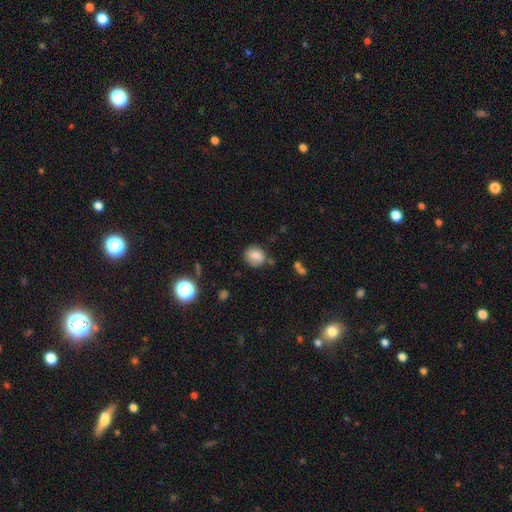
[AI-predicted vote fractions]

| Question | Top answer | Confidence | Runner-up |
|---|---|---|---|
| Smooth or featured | smooth | 80% | star or artifact (11%) |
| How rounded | round | 69% | in between (30%) |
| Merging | none | 70% | minor disturbance (20%) |